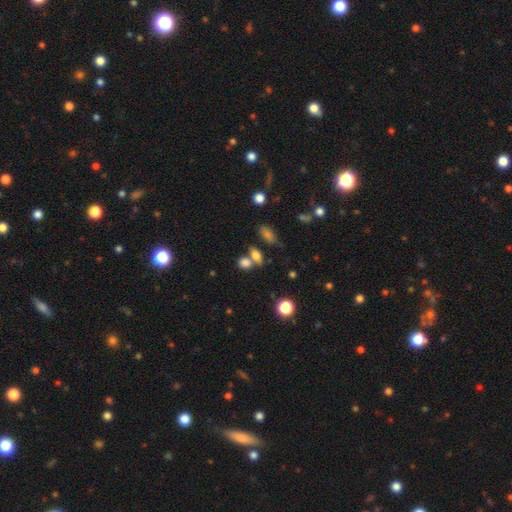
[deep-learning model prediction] smooth 77%, star or artifact 14%, featured or disk 10%. Down the decision tree: how rounded — in between (63%); merging — none (48%).